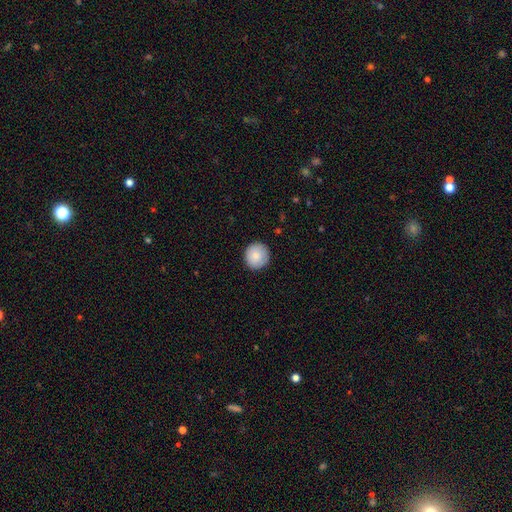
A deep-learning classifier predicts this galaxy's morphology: This is clearly a smooth galaxy (85%). How rounded: clearly round (93%). Merging: clearly none (89%).